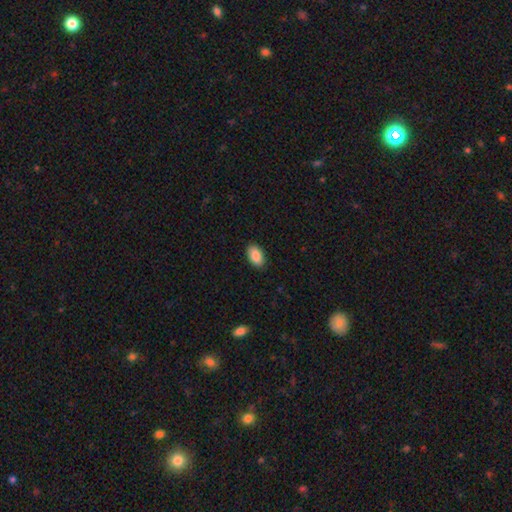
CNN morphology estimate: Smooth or featured: smooth — 88% (star or artifact — 7%)
How rounded: in between — 94% (round — 5%)
Merging: none — 88% (minor disturbance — 9%)